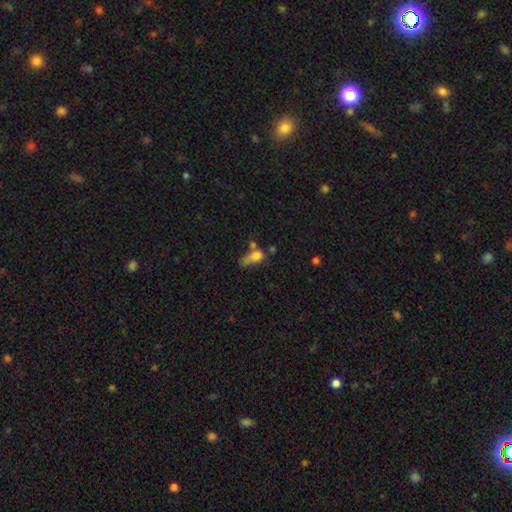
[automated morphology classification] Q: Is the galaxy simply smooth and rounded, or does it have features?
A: smooth — 70%.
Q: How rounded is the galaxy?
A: in between — 71%.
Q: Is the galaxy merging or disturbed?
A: merger — 30%.